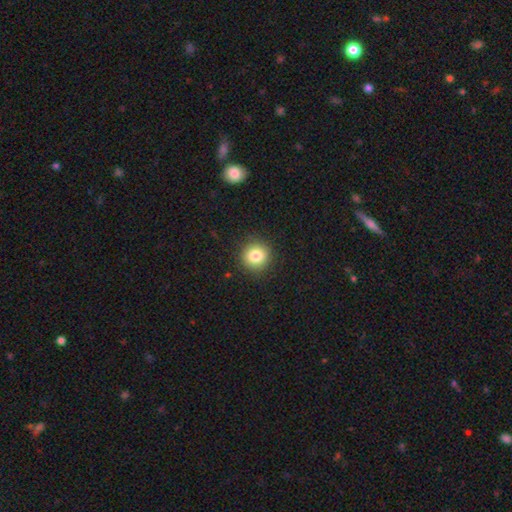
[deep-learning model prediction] A smooth galaxy with no disk features (82%) that is round (92%).

Vote fractions:
- Smooth or featured? smooth: 82% / star or artifact: 11% / featured or disk: 7%
- How rounded? round: 92% / in between: 7% / cigar-shaped: 1%
- Merging? none: 90% / minor disturbance: 7% / major disturbance: 2% / merger: 1%